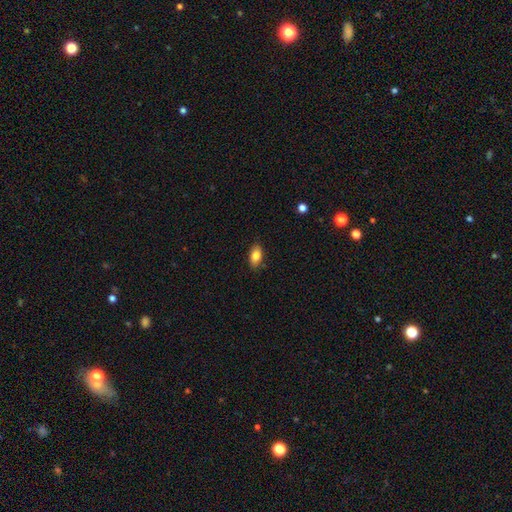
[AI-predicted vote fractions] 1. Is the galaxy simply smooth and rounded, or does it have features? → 84% smooth, 8% featured or disk, 8% star or artifact.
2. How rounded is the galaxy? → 90% in between, 5% round, 5% cigar-shaped.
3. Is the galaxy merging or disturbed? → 85% none, 12% minor disturbance, 2% major disturbance, 1% merger.